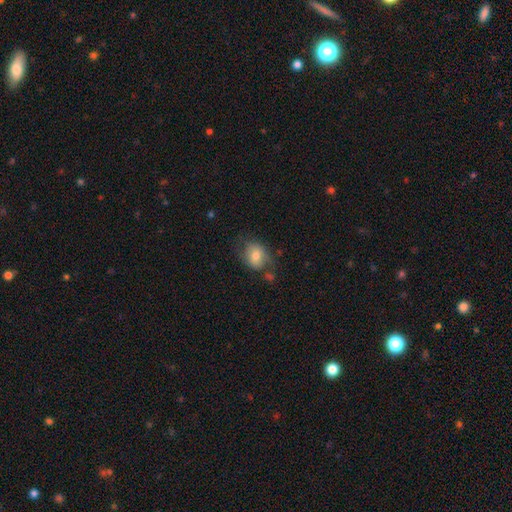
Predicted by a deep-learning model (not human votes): Smooth or featured?
  - smooth: 71% *
  - featured or disk: 20%
  - star or artifact: 8%
How rounded?
  - in between: 54% *
  - round: 45%
  - cigar-shaped: 1%
Merging?
  - none: 60% *
  - minor disturbance: 23%
  - major disturbance: 10%
  - merger: 6%